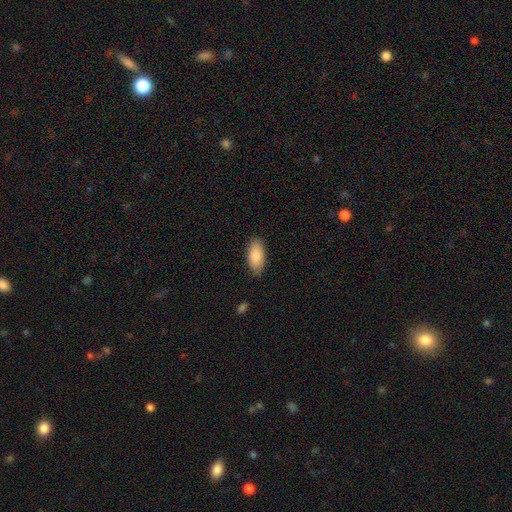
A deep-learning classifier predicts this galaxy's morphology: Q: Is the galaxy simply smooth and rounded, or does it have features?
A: smooth — 87%.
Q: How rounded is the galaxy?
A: in between — 88%.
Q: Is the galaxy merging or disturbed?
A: none — 86%.